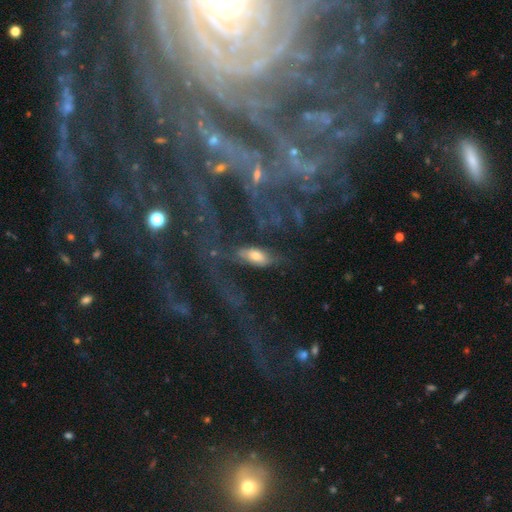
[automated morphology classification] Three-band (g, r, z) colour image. It shows a featured or disk galaxy (48%). Merging: none (46%).